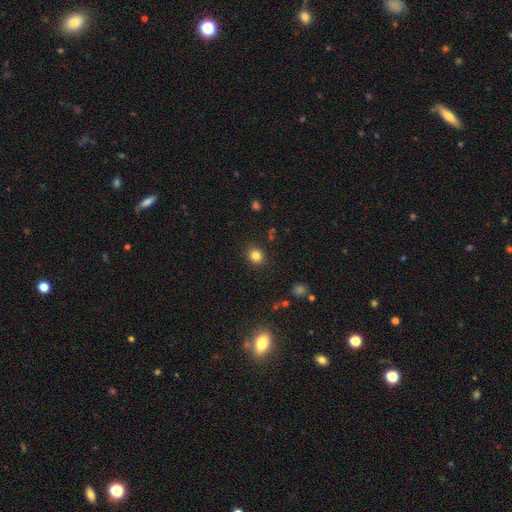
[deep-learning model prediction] Overall: smooth (82%). How rounded: round (77%). Merging: none (89%).